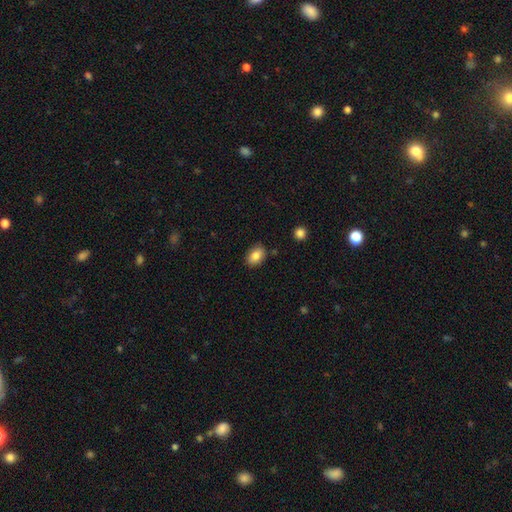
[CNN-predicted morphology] This appears to be a smooth galaxy with no disk features (84%) that is in between round and cigar-shaped (79%). Merging: none (85%).